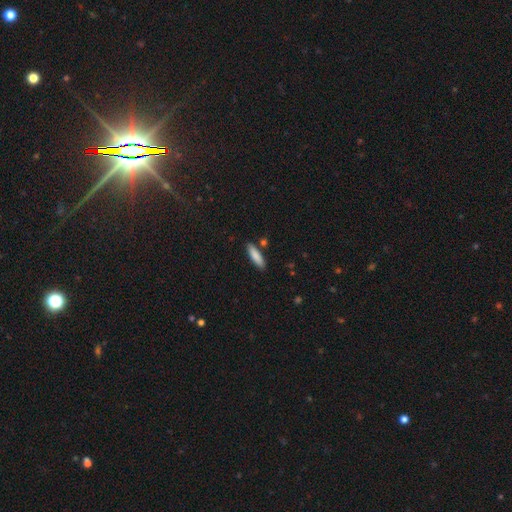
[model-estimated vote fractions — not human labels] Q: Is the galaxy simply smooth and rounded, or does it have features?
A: smooth — 85%.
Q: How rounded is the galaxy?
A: cigar-shaped — 63%.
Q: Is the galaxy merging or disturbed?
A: none — 84%.